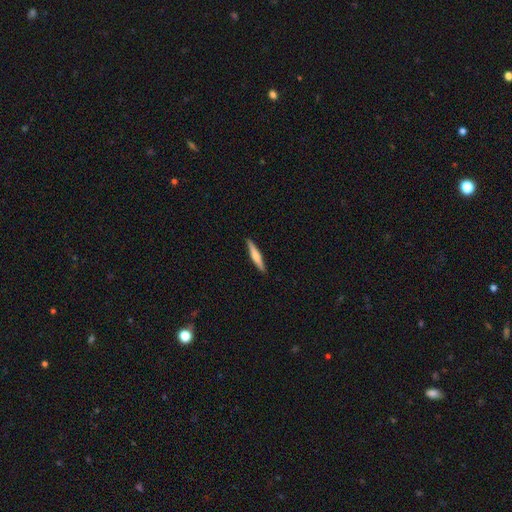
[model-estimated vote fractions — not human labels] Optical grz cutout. It shows a smooth galaxy with no disk features (53%) that is cigar-shaped (92%). Merging: none (91%).